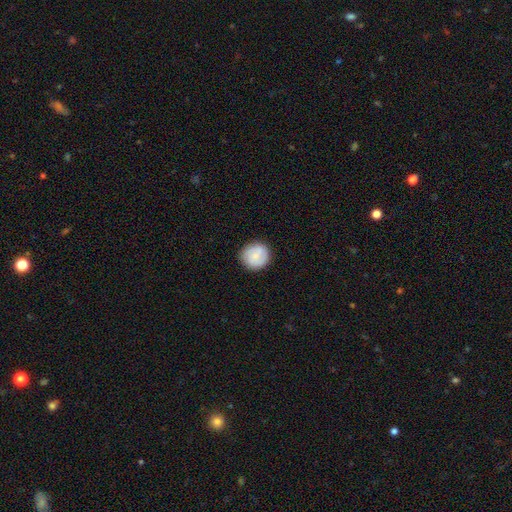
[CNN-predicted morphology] This is likely a smooth galaxy (72%). How rounded: clearly round (90%). Merging: clearly none (87%).